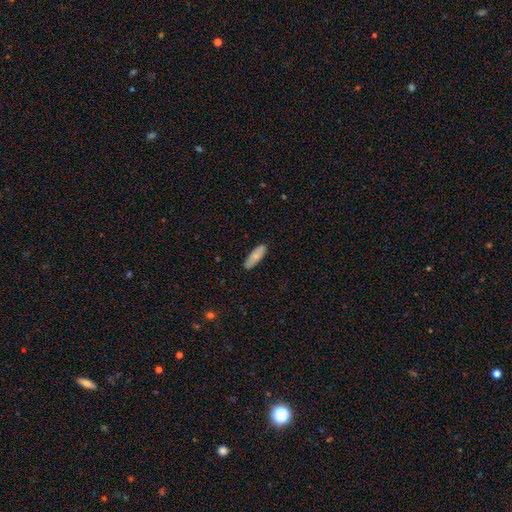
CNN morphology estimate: Q: Smooth or featured?
A: smooth (82%); runner-up: featured or disk (13%)
Q: How rounded?
A: in between (51%); runner-up: cigar-shaped (47%)
Q: Merging?
A: none (88%); runner-up: minor disturbance (10%)